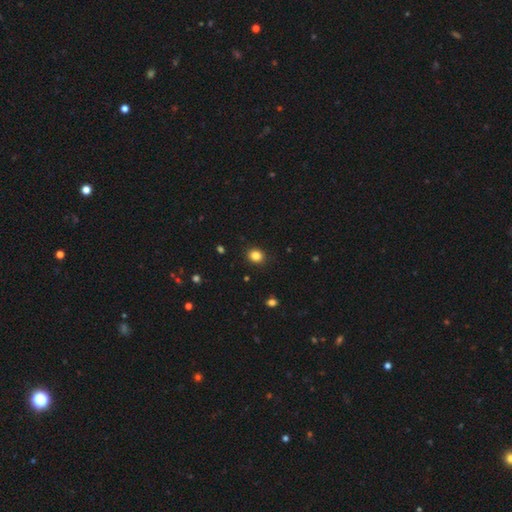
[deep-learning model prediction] Smooth or featured? Predicted: smooth (p=0.85). How rounded? Predicted: round (p=0.75). Merging? Predicted: none (p=0.90).